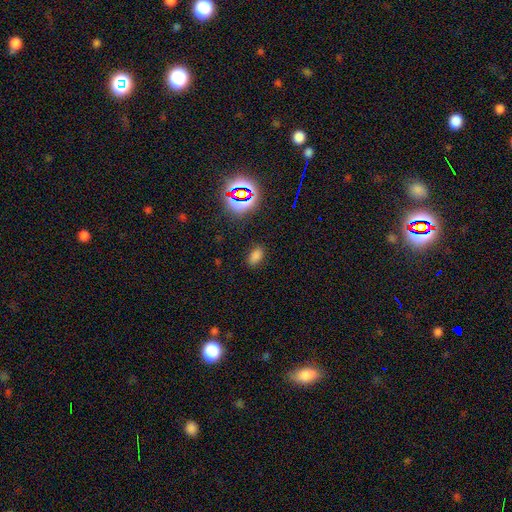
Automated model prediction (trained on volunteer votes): This appears to be a smooth galaxy with no disk features (73%) that is in between round and cigar-shaped (89%). Merging: none (86%).